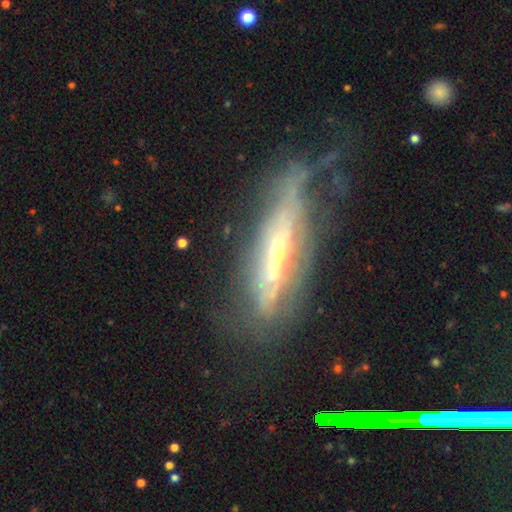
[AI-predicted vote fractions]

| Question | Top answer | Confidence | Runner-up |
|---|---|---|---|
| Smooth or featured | featured or disk | 73% | smooth (18%) |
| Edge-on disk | yes | 68% | no (32%) |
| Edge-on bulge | rounded | 53% | none (38%) |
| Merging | none | 50% | minor disturbance (29%) |